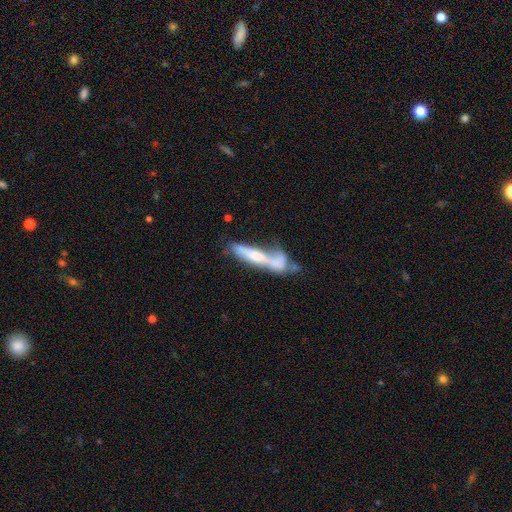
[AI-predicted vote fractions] smooth_or_featured: smooth (p=0.48) [alt: featured or disk p=0.44]
merging: merger (p=0.44) [alt: none p=0.24]